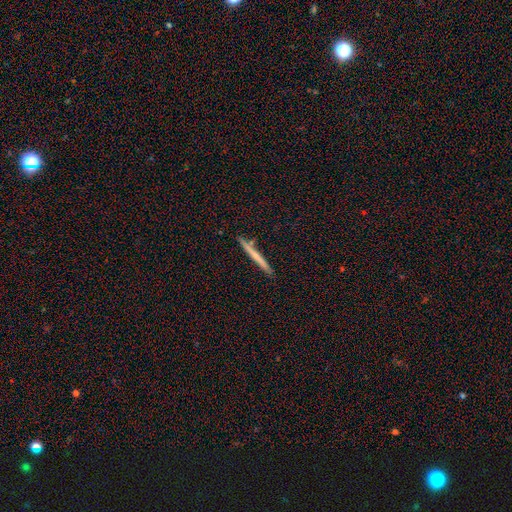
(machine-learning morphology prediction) The model was most divided on "smooth or featured": smooth: 57%, featured or disk: 38%, star or artifact: 6%. More confident: how rounded — cigar-shaped (97%); merging — none (88%).